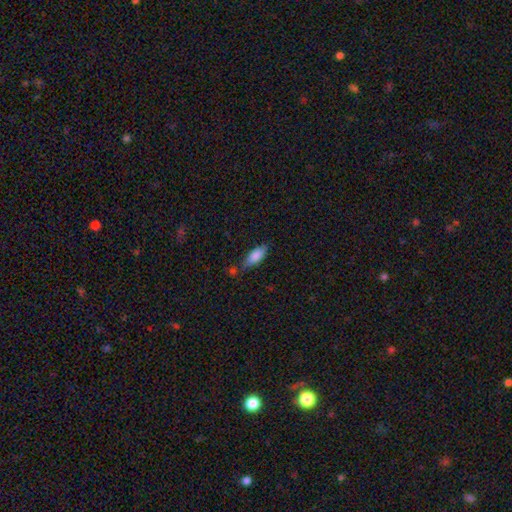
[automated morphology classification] Smooth or featured? Predicted: smooth (p=0.83). How rounded? Predicted: in between (p=0.77). Merging? Predicted: none (p=0.61).